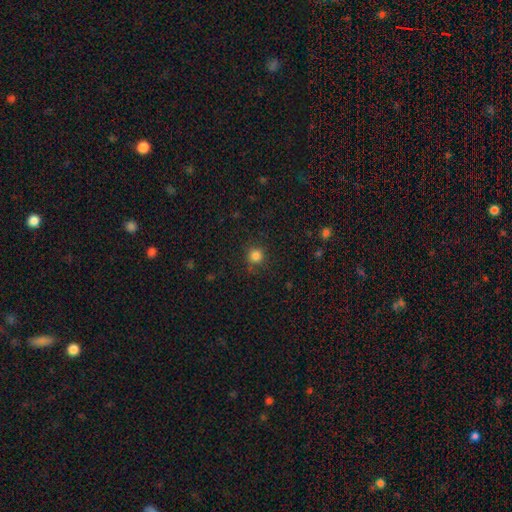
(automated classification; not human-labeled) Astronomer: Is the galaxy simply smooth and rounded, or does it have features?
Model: smooth — 83%.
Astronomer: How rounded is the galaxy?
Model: round — 93%.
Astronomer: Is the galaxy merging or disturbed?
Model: none — 85%.